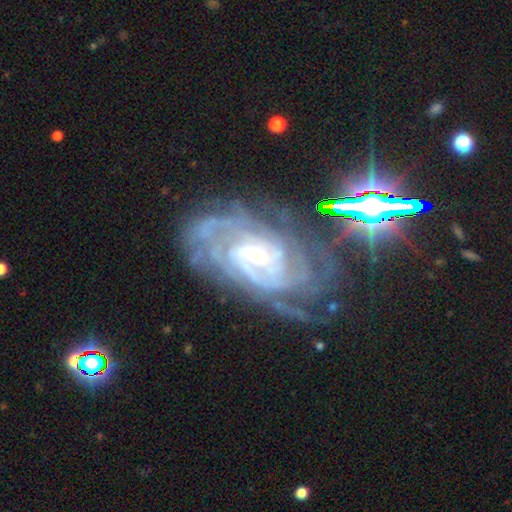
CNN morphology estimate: Smooth or featured?
  - featured or disk: 87% *
  - star or artifact: 8%
  - smooth: 5%
Edge-on disk?
  - no: 96% *
  - yes: 4%
Bar?
  - weak: 44% *
  - no: 38%
  - strong: 18%
Spiral arms?
  - yes: 97% *
  - no: 3%
Spiral winding?
  - tight: 70% *
  - medium: 25%
  - loose: 5%
Spiral arm count?
  - can't tell: 33% *
  - 4: 18%
  - 2: 15%
  - 3: 15%
  - more than 4: 12%
  - 1: 7%
Bulge size?
  - small: 72% *
  - moderate: 21%
  - none: 3%
  - large: 2%
  - dominant: 1%
Merging?
  - none: 65% *
  - minor disturbance: 20%
  - major disturbance: 11%
  - merger: 3%